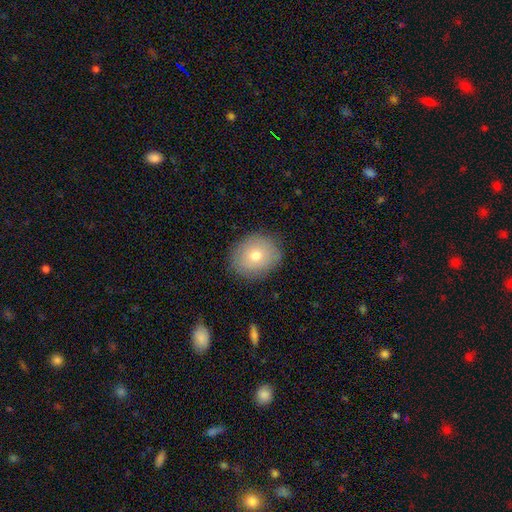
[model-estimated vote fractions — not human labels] smooth_or_featured: smooth (p=0.71) [alt: featured or disk p=0.19]
how_rounded: round (p=0.69) [alt: in between p=0.30]
merging: none (p=0.86) [alt: minor disturbance p=0.10]